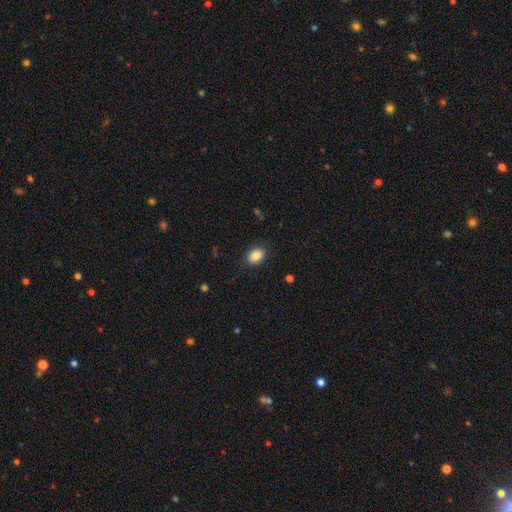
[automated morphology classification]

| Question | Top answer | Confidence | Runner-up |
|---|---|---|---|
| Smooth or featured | smooth | 88% | star or artifact (8%) |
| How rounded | in between | 77% | round (22%) |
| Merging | none | 85% | minor disturbance (11%) |